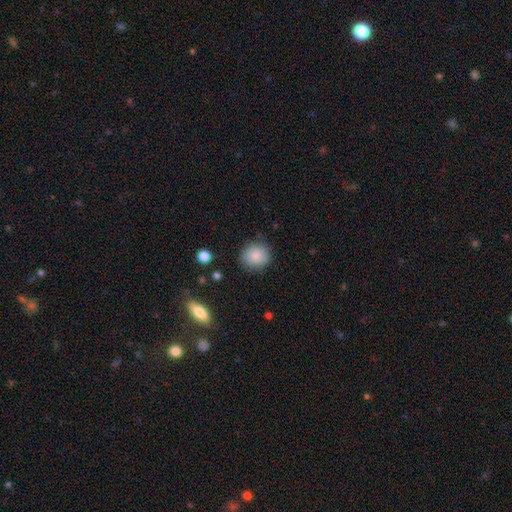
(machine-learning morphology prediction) Overall: smooth (86%). How rounded: round (80%). Merging: none (84%).